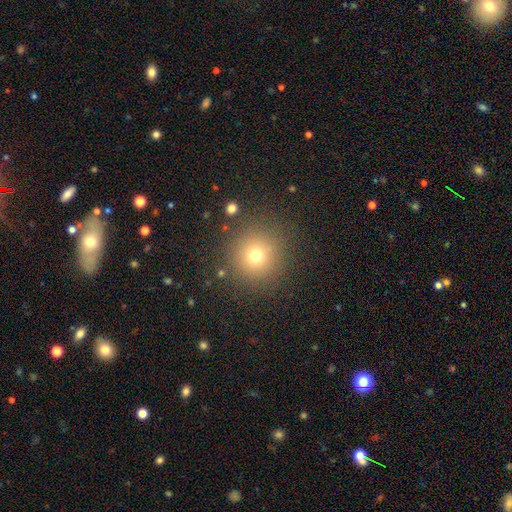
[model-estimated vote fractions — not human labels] This is likely a smooth galaxy (71%). How rounded: clearly round (94%). Merging: clearly none (87%).